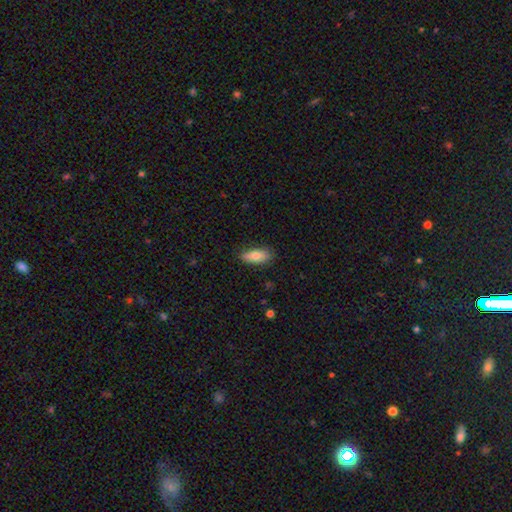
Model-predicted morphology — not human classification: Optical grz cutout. It shows a smooth galaxy with no disk features (76%) that is in between round and cigar-shaped (79%). Merging: none (84%).